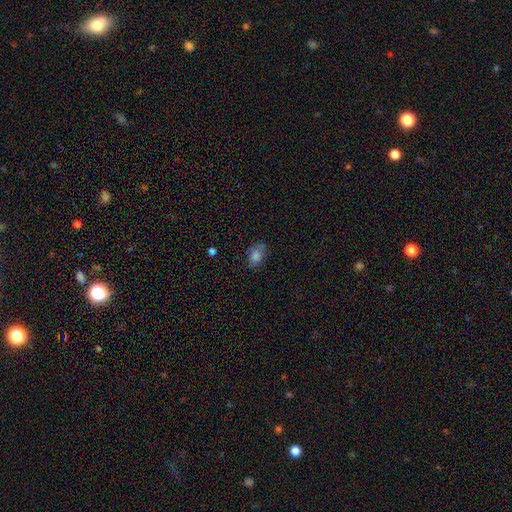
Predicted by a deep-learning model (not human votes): Smooth or featured?
  - smooth: 78% *
  - star or artifact: 12%
  - featured or disk: 11%
How rounded?
  - in between: 78% *
  - round: 20%
  - cigar-shaped: 2%
Merging?
  - none: 73% *
  - minor disturbance: 21%
  - major disturbance: 5%
  - merger: 2%